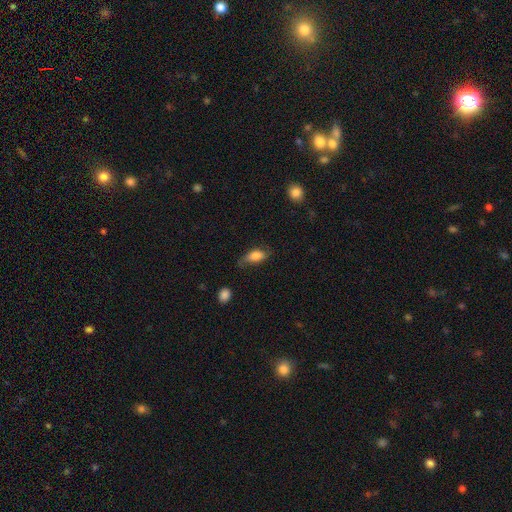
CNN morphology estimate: Smooth or featured? smooth (73%)
How rounded? in between (86%)
Merging? none (58%)